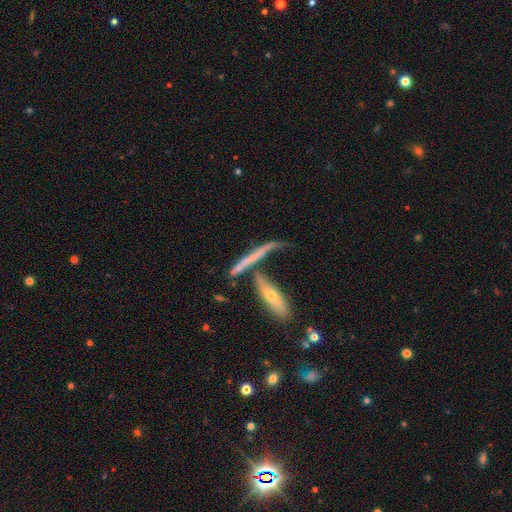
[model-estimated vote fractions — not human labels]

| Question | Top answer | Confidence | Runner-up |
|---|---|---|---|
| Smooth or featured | featured or disk | 53% | smooth (37%) |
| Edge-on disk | yes | 70% | no (30%) |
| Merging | merger | 36% | none (35%) |